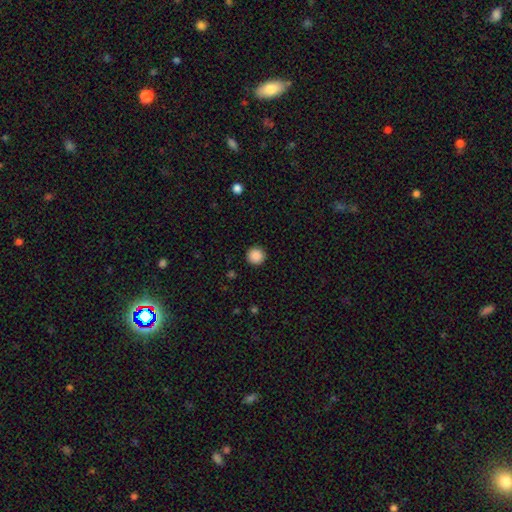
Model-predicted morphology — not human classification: type=smooth (88%); roundness=round (95%); merging=none (92%).